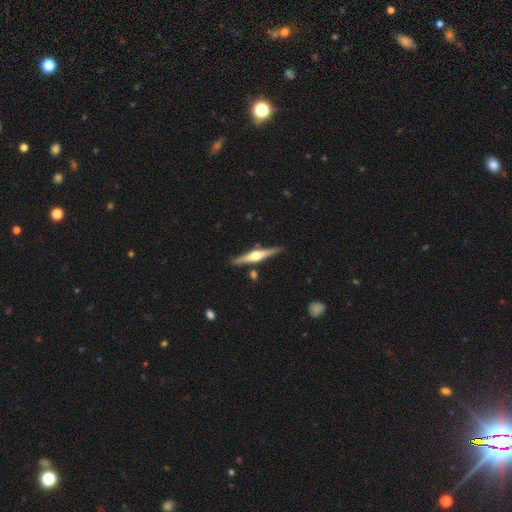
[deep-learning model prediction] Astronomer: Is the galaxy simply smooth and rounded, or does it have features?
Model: featured or disk — 77%.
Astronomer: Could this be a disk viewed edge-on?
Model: yes — 98%.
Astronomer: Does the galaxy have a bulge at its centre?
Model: rounded — 93%.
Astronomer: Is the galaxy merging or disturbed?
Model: none — 87%.